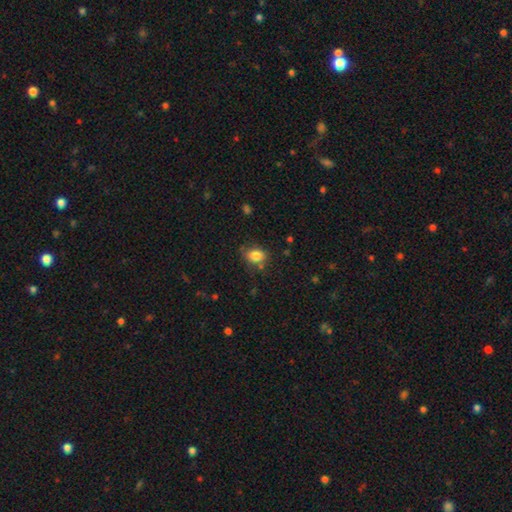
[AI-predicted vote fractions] A smooth galaxy with no disk features (83%) that is in between round and cigar-shaped (56%). Merging: none (69%).